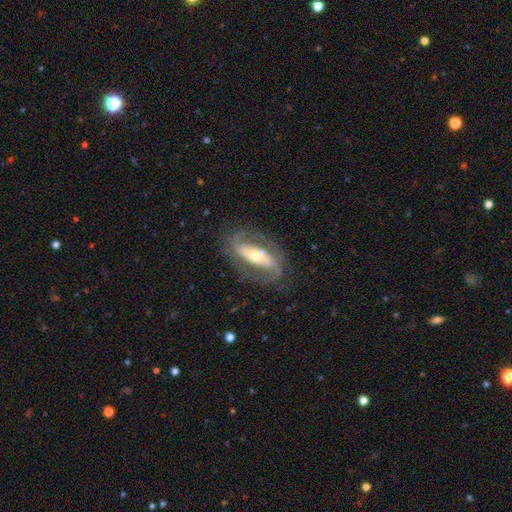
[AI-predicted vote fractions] The model was most divided on "bulge size": moderate: 54%, small: 37%, large: 7%, dominant: 1%, none: 1%. Remaining: edge-on disk — no (92%); spiral arms — yes (90%); spiral arm count — 2 (89%); smooth or featured — featured or disk (84%); merging — none (77%); bar — strong (54%); spiral winding — medium (47%).